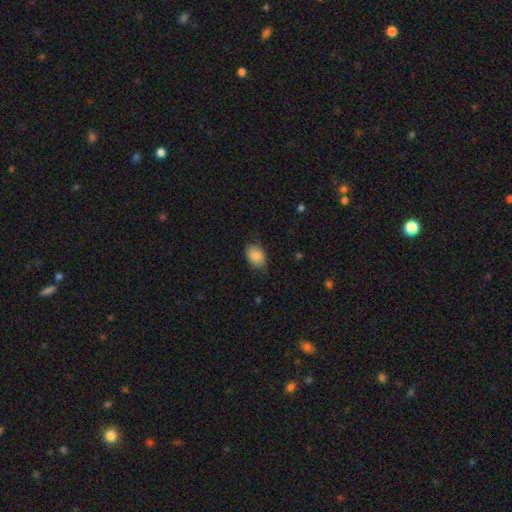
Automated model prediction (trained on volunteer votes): Smooth or featured? Predicted: smooth (p=0.87). How rounded? Predicted: in between (p=0.81). Merging? Predicted: none (p=0.76).